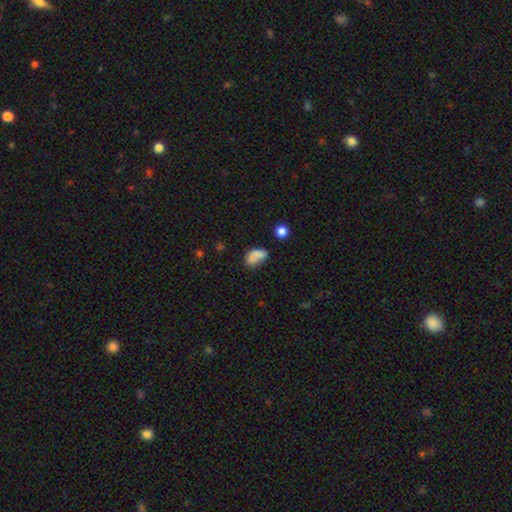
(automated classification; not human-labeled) A smooth galaxy with no disk features (77%) that is in between round and cigar-shaped (87%).

Vote fractions:
- Smooth or featured? smooth: 77% / featured or disk: 12% / star or artifact: 11%
- How rounded? in between: 87% / round: 10% / cigar-shaped: 3%
- Merging? none: 44% / minor disturbance: 30% / major disturbance: 15% / merger: 10%